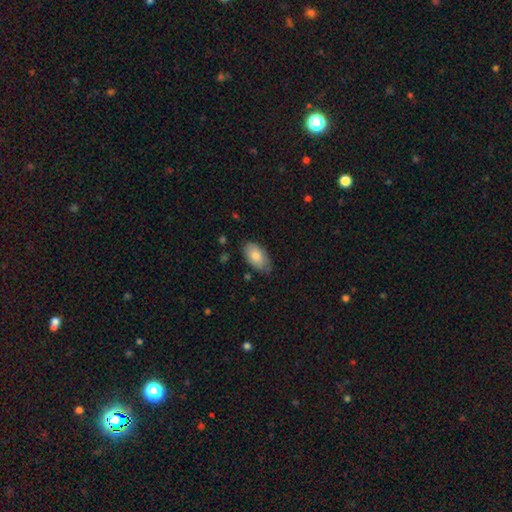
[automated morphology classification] type=smooth (80%); roundness=in between (94%); merging=none (76%).